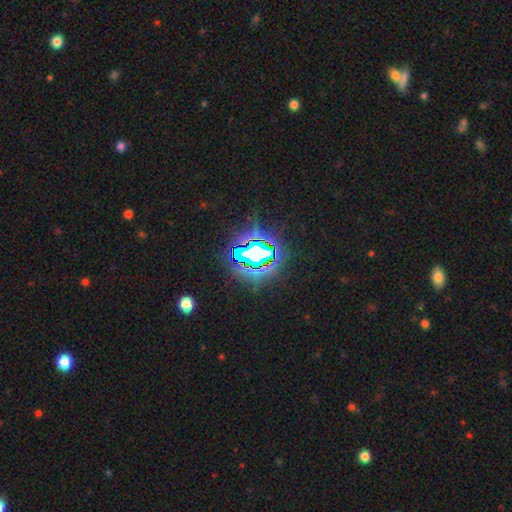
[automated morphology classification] Smooth or featured? star or artifact (74%)